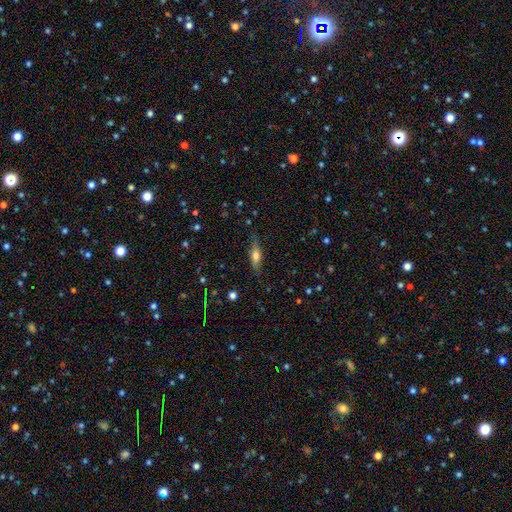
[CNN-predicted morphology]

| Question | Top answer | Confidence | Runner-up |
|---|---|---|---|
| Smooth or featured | smooth | 52% | featured or disk (40%) |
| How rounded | cigar-shaped | 52% | in between (45%) |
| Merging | none | 79% | minor disturbance (16%) |